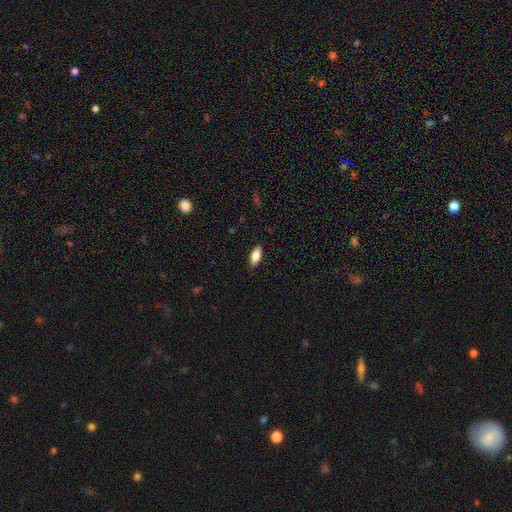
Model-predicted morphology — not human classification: Smooth or featured? Predicted: smooth (p=0.83). How rounded? Predicted: in between (p=0.80). Merging? Predicted: none (p=0.88).